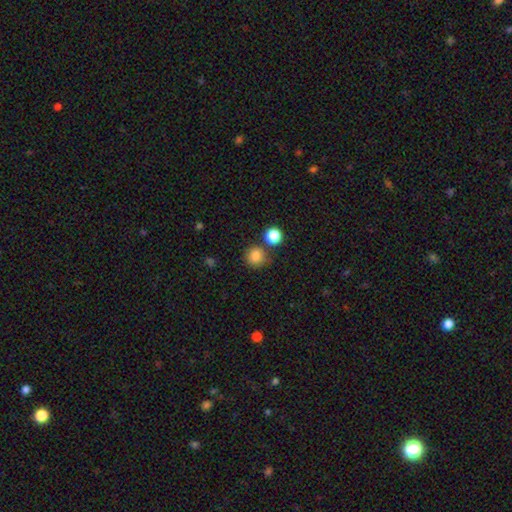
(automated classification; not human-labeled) Overall: smooth (84%). How rounded: round (87%). Merging: none (73%).